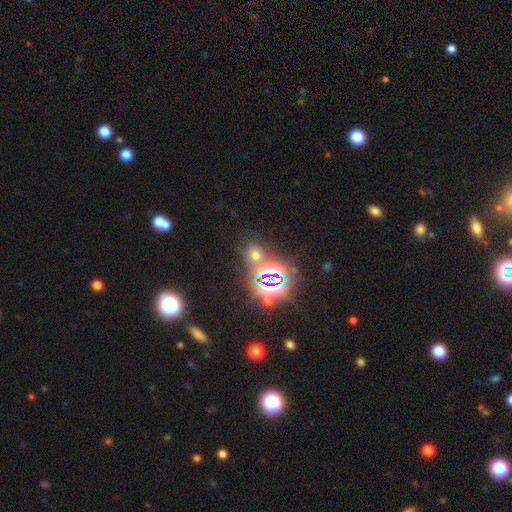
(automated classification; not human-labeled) smooth-or-featured: star or artifact: 56% | smooth: 36% | featured or disk: 8%